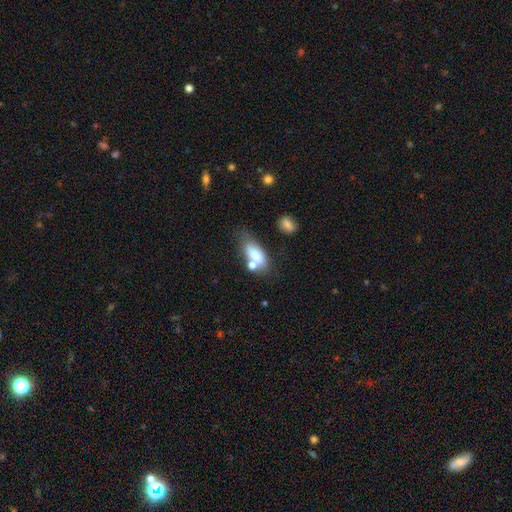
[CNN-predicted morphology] A smooth galaxy with no disk features (73%) that is in between round and cigar-shaped (77%).

Vote fractions:
- Smooth or featured? smooth: 73% / featured or disk: 18% / star or artifact: 9%
- How rounded? in between: 77% / cigar-shaped: 18% / round: 5%
- Merging? none: 40% / merger: 26% / minor disturbance: 21% / major disturbance: 12%